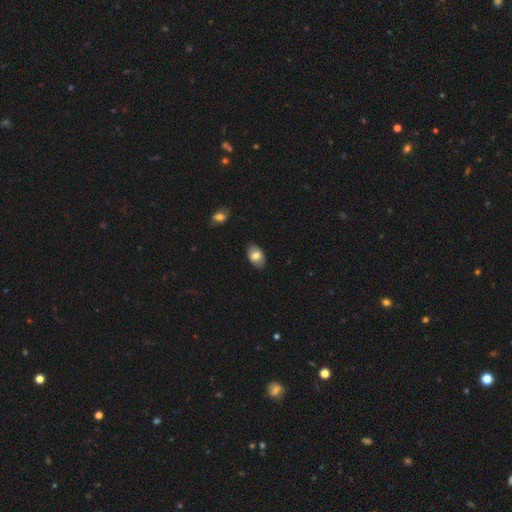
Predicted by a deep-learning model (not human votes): The model was most divided on "smooth or featured": smooth: 74%, featured or disk: 19%, star or artifact: 7%. More confident: how rounded — in between (91%); merging — none (86%).